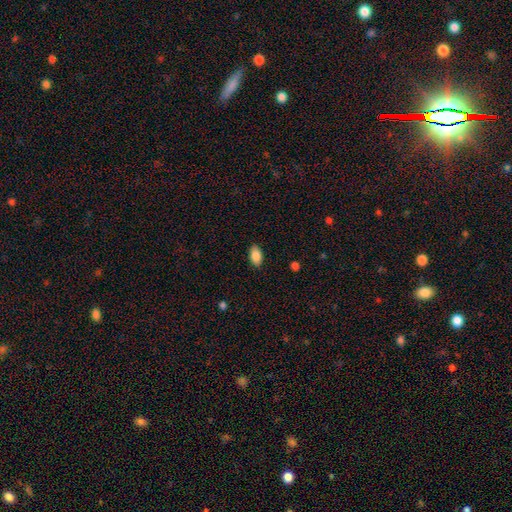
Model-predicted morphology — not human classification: This appears to be a smooth galaxy with no disk features (87%) that is in between round and cigar-shaped (92%). Merging: none (87%).